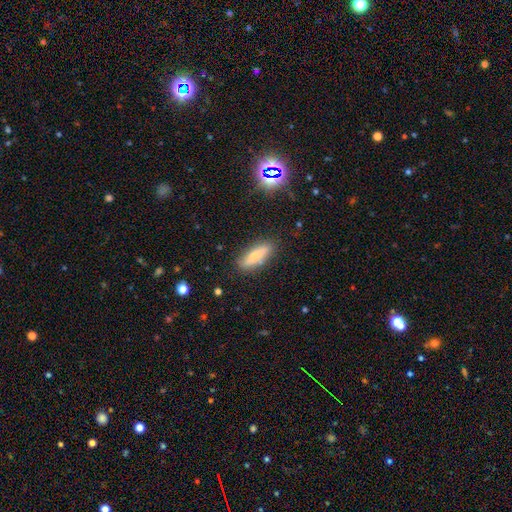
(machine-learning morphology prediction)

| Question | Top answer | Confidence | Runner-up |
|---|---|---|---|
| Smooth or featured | smooth | 70% | featured or disk (23%) |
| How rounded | cigar-shaped | 58% | in between (40%) |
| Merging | none | 83% | minor disturbance (12%) |